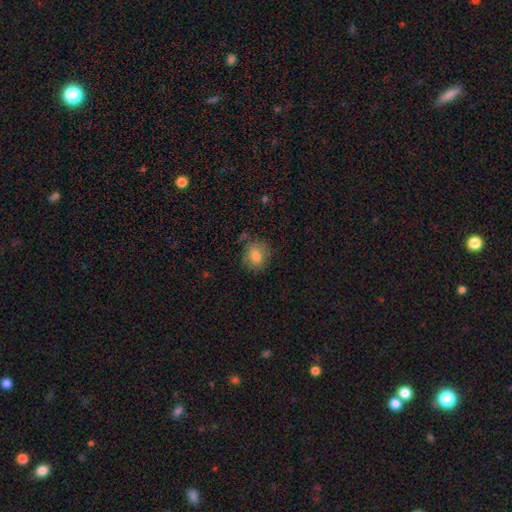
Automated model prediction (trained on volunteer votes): Overall: smooth (80%). How rounded: round (67%; in between 32%). Merging: none (76%).